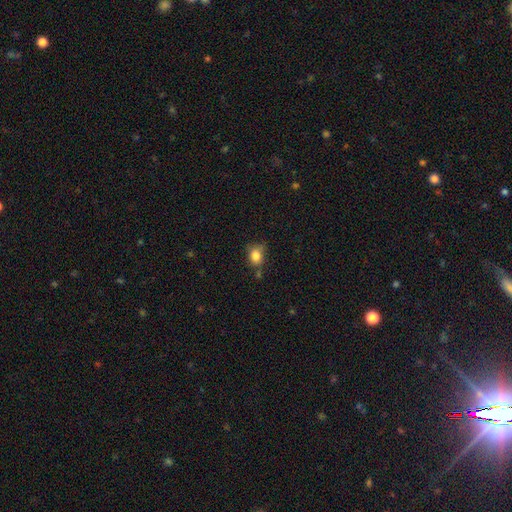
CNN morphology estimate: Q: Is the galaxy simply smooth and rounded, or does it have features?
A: smooth — 83%.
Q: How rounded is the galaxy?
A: round — 57%.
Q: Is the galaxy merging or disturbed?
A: none — 60%.